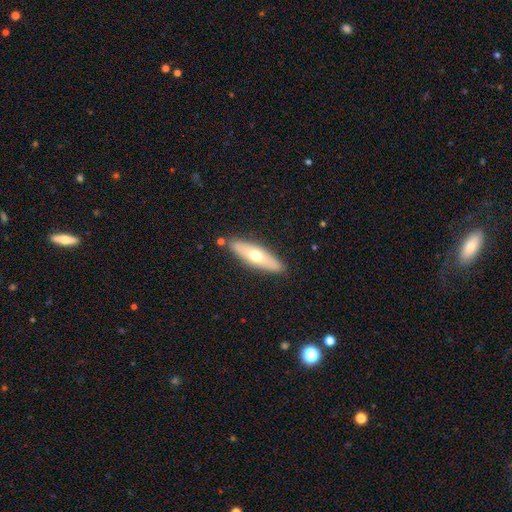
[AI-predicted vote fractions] smooth_or_featured: smooth (p=0.53) [alt: featured or disk p=0.41]
how_rounded: cigar-shaped (p=0.58) [alt: in between p=0.40]
merging: none (p=0.85) [alt: minor disturbance p=0.10]